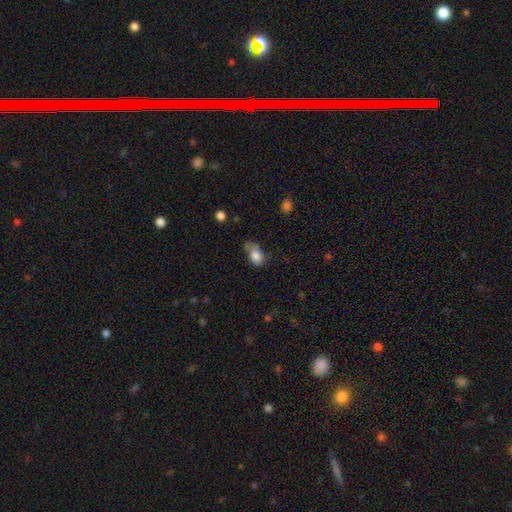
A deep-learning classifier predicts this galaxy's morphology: A smooth galaxy with no disk features (82%) that is in between round and cigar-shaped (84%). Merging: none (38%).